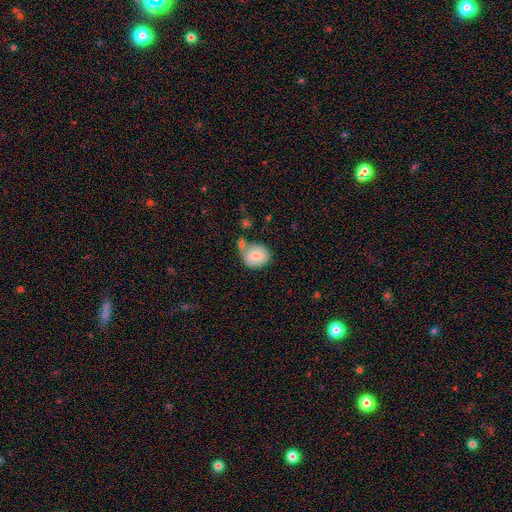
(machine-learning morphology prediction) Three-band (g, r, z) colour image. It shows a smooth galaxy with no disk features (79%) that is round (66%). Merging: none (49%).